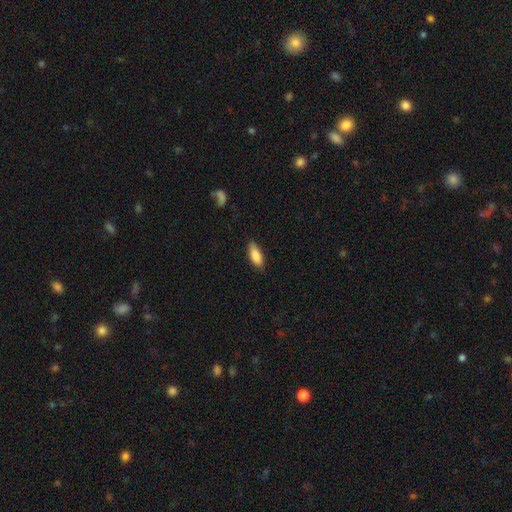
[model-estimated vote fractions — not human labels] smooth 86%, featured or disk 8%, star or artifact 6%. Down the decision tree: how rounded — in between (77%); merging — none (82%).